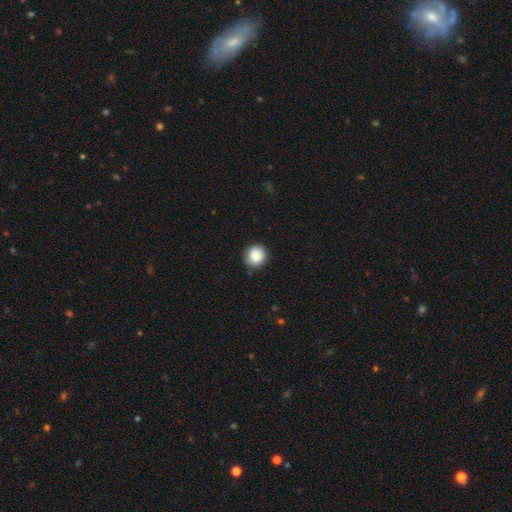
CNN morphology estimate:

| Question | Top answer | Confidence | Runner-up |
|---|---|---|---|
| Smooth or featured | smooth | 86% | star or artifact (8%) |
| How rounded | round | 85% | in between (14%) |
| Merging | none | 85% | minor disturbance (12%) |